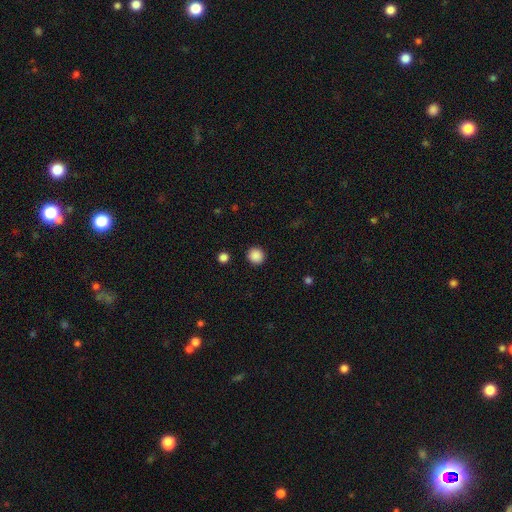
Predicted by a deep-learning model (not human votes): Smooth or featured?
  - smooth: 88% *
  - star or artifact: 10%
  - featured or disk: 2%
How rounded?
  - round: 93% *
  - in between: 6%
  - cigar-shaped: 1%
Merging?
  - none: 91% *
  - minor disturbance: 5%
  - major disturbance: 2%
  - merger: 1%